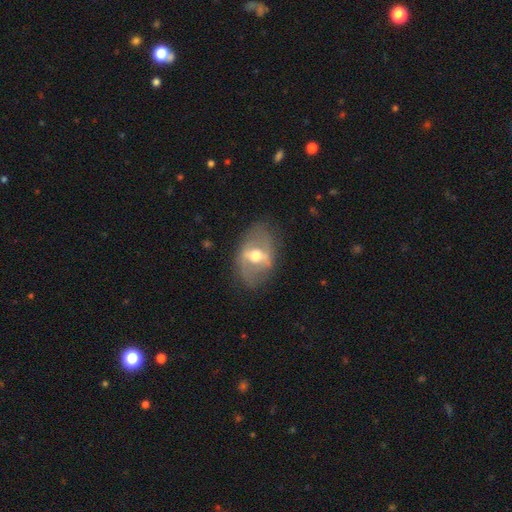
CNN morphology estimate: smooth-or-featured: featured or disk: 66% | smooth: 28% | star or artifact: 7%
  disk-edge-on: no: 89% | yes: 11%
    bar: strong: 41% | weak: 37% | no: 21%
    has-spiral-arms: no: 65% | yes: 35%
    bulge-size: moderate: 71% | large: 18% | small: 8% | dominant: 1% | none: 1%
  merging: none: 70% | minor disturbance: 19% | major disturbance: 10% | merger: 1%